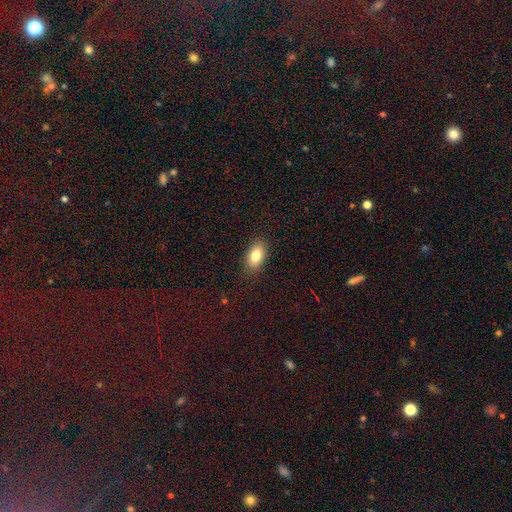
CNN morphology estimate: Smooth or featured?
  - smooth: 81% *
  - featured or disk: 11%
  - star or artifact: 8%
How rounded?
  - in between: 89% *
  - round: 8%
  - cigar-shaped: 2%
Merging?
  - none: 86% *
  - minor disturbance: 10%
  - major disturbance: 3%
  - merger: 1%